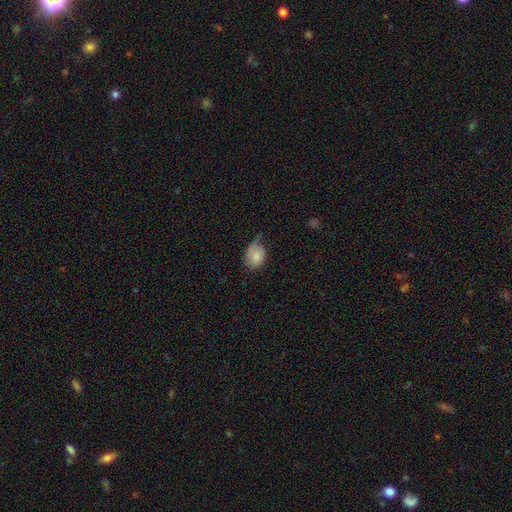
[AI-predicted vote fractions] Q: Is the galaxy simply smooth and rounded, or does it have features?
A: smooth — 74%.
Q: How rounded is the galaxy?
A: in between — 72%.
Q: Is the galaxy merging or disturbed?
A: minor disturbance — 41%.